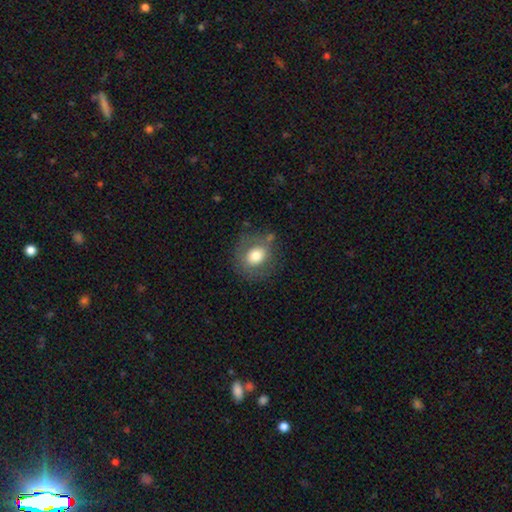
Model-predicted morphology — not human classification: smooth 70%, featured or disk 21%, star or artifact 9%. Down the decision tree: how rounded — round (72%); merging — none (73%).